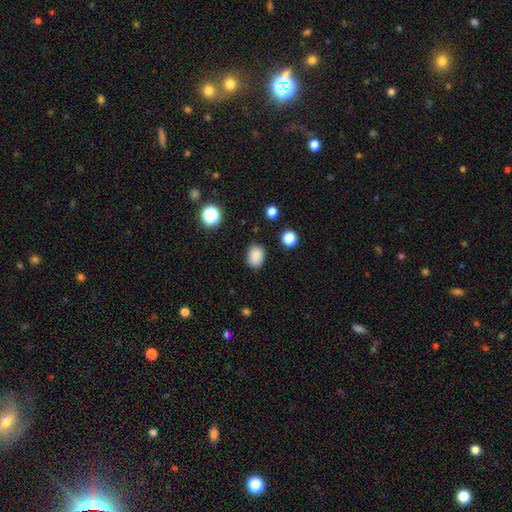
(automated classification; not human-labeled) The model was most divided on "how rounded": in between: 63%, round: 37%, cigar-shaped: 1%. More confident: smooth or featured — smooth (85%); merging — none (80%).